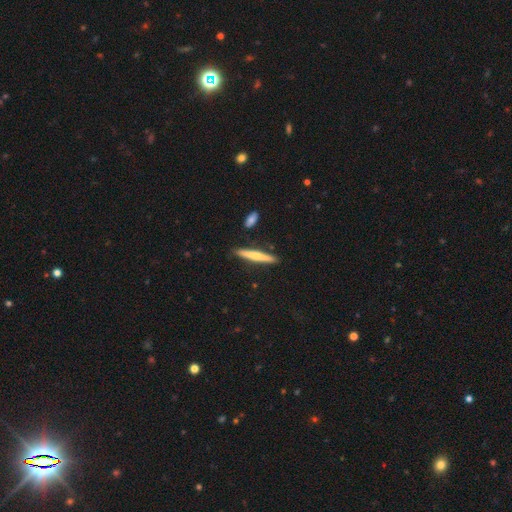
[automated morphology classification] The model was most divided on "smooth or featured": smooth: 56%, featured or disk: 39%, star or artifact: 5%. More confident: how rounded — cigar-shaped (94%); merging — none (87%).